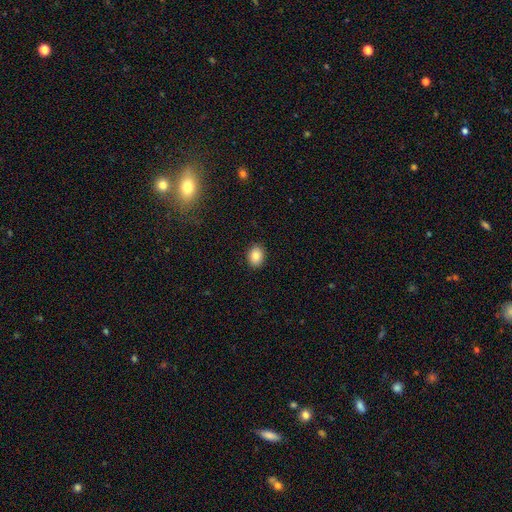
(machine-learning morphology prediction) The model was most divided on "how rounded": in between: 65%, round: 34%, cigar-shaped: 1%. More confident: merging — none (90%); smooth or featured — smooth (85%).